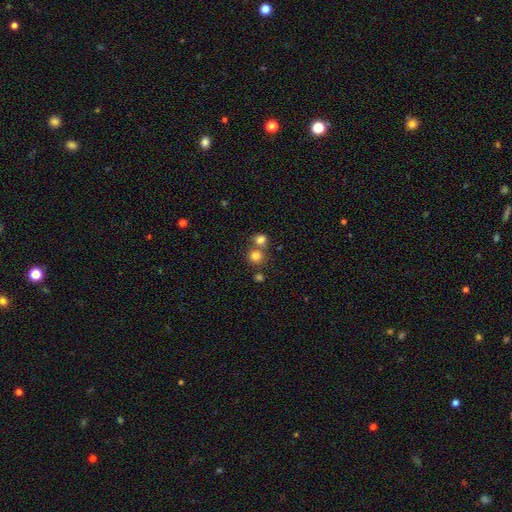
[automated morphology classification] Smooth or featured? smooth (79%)
How rounded? round (86%)
Merging? none (54%)